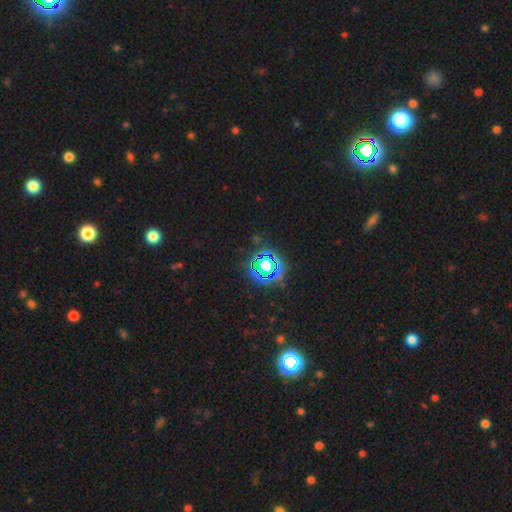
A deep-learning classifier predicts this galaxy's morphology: Q: Smooth or featured?
A: star or artifact (77%); runner-up: smooth (16%)